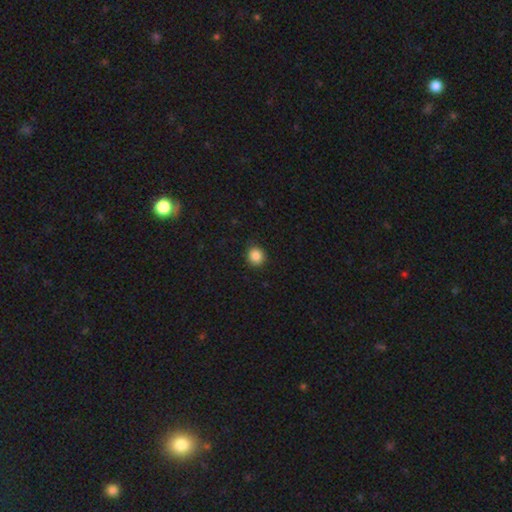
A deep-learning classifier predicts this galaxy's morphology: Q: Smooth or featured?
A: smooth (87%); runner-up: star or artifact (10%)
Q: How rounded?
A: round (84%); runner-up: in between (15%)
Q: Merging?
A: none (90%); runner-up: minor disturbance (7%)